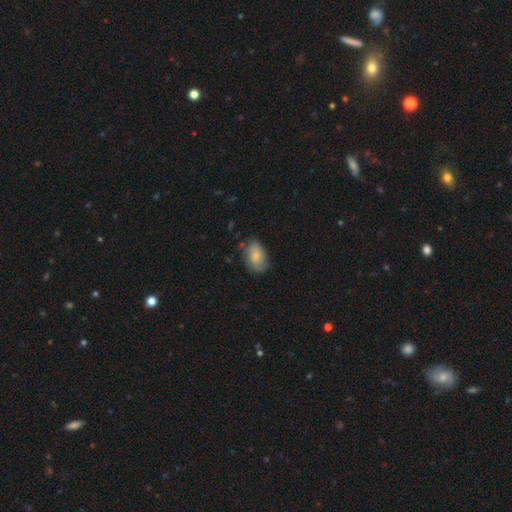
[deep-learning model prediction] Smooth or featured? smooth (67%)
How rounded? in between (86%)
Merging? none (67%)